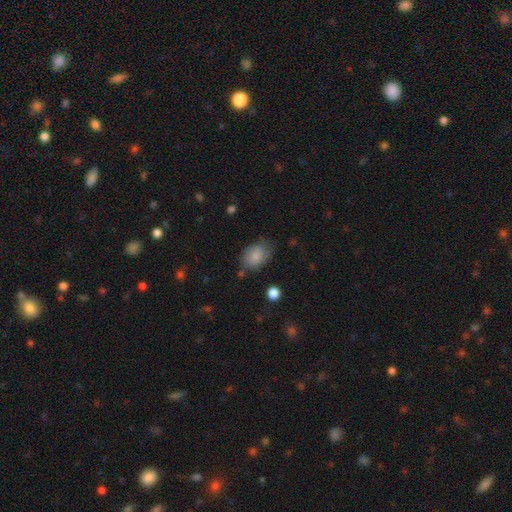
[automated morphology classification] A smooth galaxy with no disk features (83%) that is in between round and cigar-shaped (83%).

Vote fractions:
- Smooth or featured? smooth: 83% / featured or disk: 9% / star or artifact: 8%
- How rounded? in between: 83% / round: 16% / cigar-shaped: 1%
- Merging? none: 63% / minor disturbance: 26% / major disturbance: 8% / merger: 3%